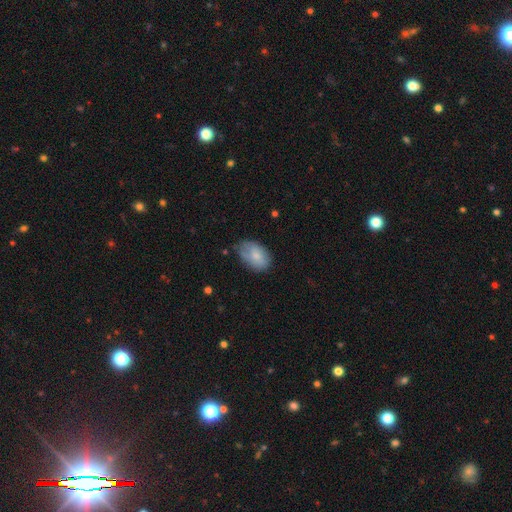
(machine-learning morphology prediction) smooth_or_featured: smooth (p=0.77) [alt: featured or disk p=0.16]
how_rounded: in between (p=0.89) [alt: round p=0.10]
merging: none (p=0.62) [alt: minor disturbance p=0.29]